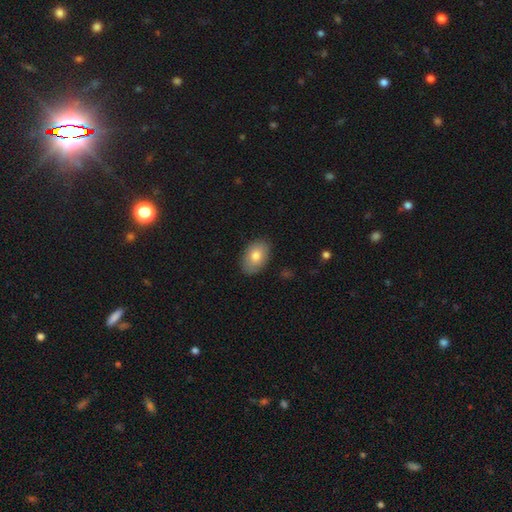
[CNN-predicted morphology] type=smooth (79%); roundness=in between (89%); merging=none (86%).